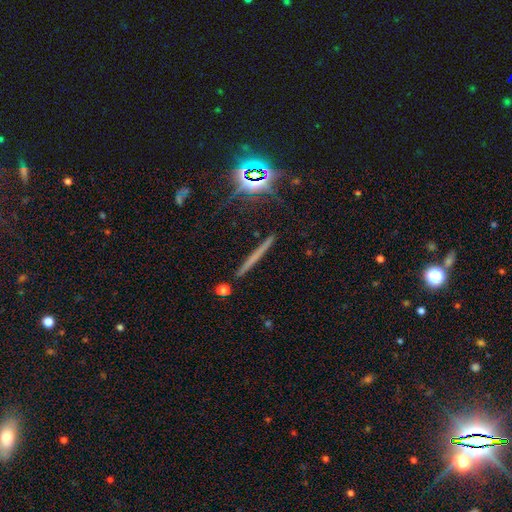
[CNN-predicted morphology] smooth 39%, featured or disk 38%, star or artifact 24%. Down the decision tree: merging — none (89%).